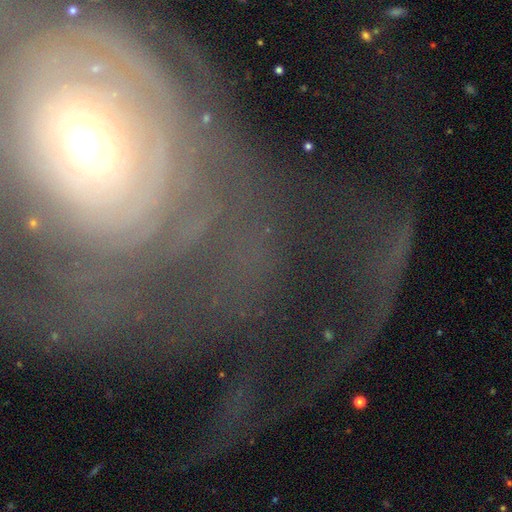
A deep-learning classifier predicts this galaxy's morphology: Smooth or featured? featured or disk (72%)
Edge-on disk? no (93%)
Bar? no (70%)
Spiral arms? yes (68%)
Bulge size? moderate (56%)
Merging? none (46%)